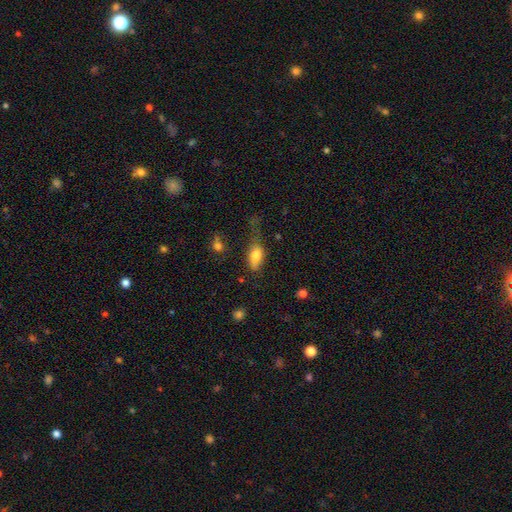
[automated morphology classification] smooth-or-featured: smooth: 77% | featured or disk: 15% | star or artifact: 8%
  how-rounded: in between: 83% | cigar-shaped: 12% | round: 5%
  merging: none: 38% | minor disturbance: 30% | major disturbance: 26% | merger: 6%